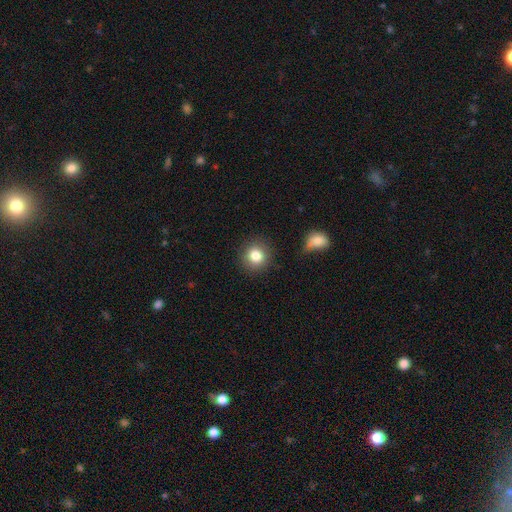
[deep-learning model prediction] This appears to be a smooth galaxy with no disk features (82%) that is round (89%). Merging: none (86%).